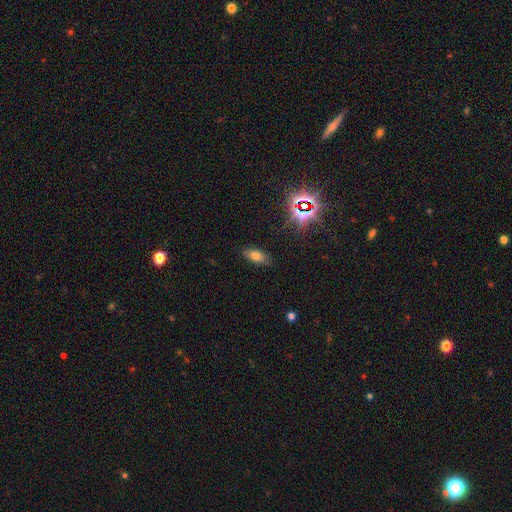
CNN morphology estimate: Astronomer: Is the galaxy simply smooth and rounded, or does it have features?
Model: smooth — 69%.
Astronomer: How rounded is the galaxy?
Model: in between — 86%.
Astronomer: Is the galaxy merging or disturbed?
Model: none — 84%.